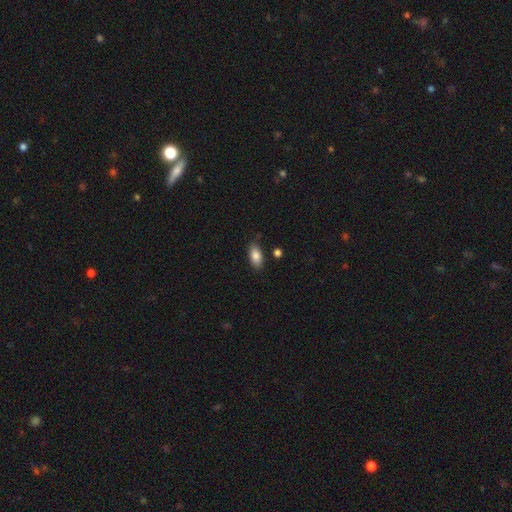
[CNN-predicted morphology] smooth-or-featured: smooth: 85% | featured or disk: 7% | star or artifact: 7%
  how-rounded: in between: 90% | cigar-shaped: 6% | round: 4%
  merging: none: 83% | minor disturbance: 11% | merger: 3% | major disturbance: 3%